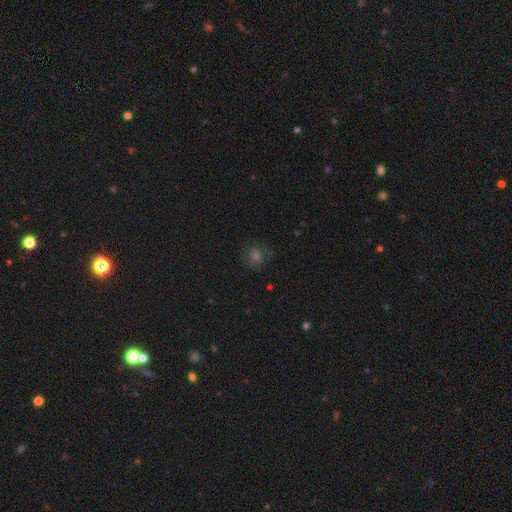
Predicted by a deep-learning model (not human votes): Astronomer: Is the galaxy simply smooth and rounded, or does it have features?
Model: featured or disk — 43% (runner-up: smooth, 32%).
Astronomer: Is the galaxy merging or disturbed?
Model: none — 75%.